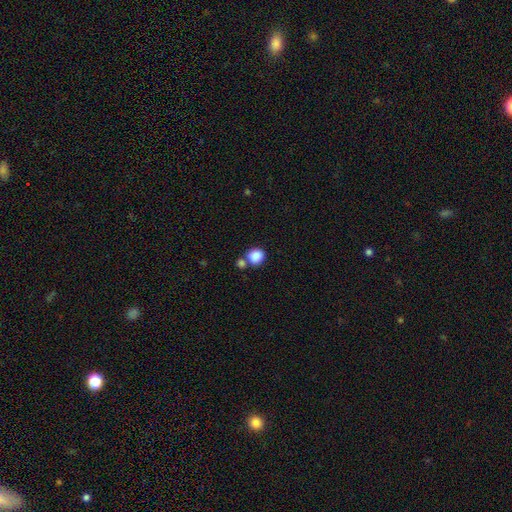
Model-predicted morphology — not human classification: This is clearly a smooth galaxy (87%). How rounded: likely round (78%). Merging: possibly none (56%).